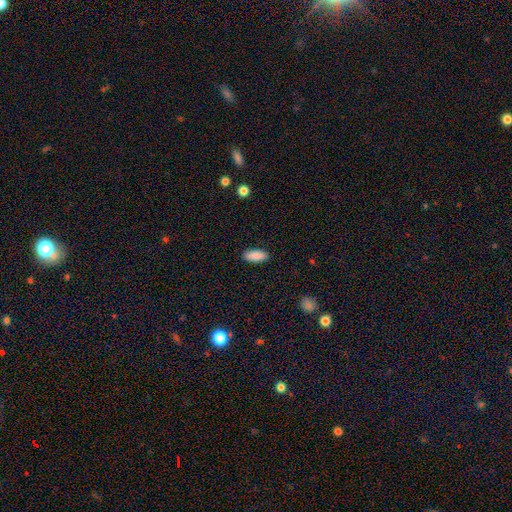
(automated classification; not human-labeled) smooth_or_featured: smooth (p=0.89) [alt: star or artifact p=0.06]
how_rounded: in between (p=0.85) [alt: cigar-shaped p=0.13]
merging: none (p=0.89) [alt: minor disturbance p=0.08]